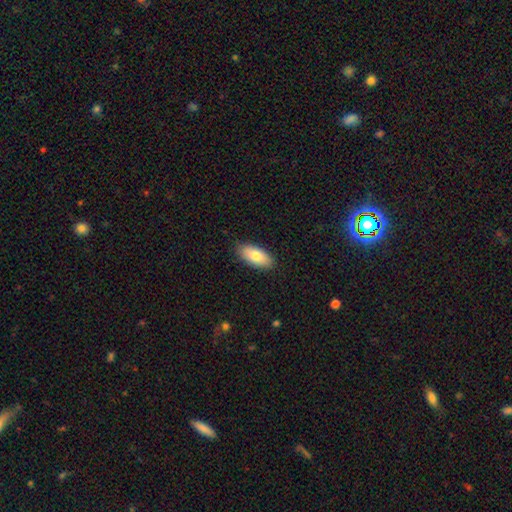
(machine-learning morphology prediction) This appears to be a smooth galaxy with no disk features (79%) that is in between round and cigar-shaped (88%). Merging: none (88%).